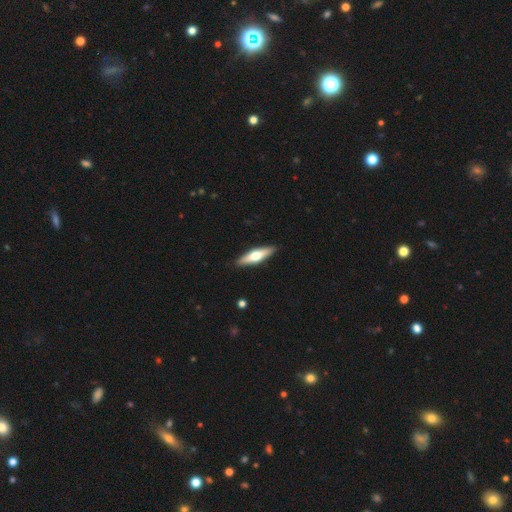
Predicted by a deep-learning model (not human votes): Smooth or featured?
  - smooth: 48% * (tied)
  - featured or disk: 48% * (tied)
  - star or artifact: 5%
Merging?
  - none: 90% *
  - minor disturbance: 7%
  - major disturbance: 2%
  - merger: 1%